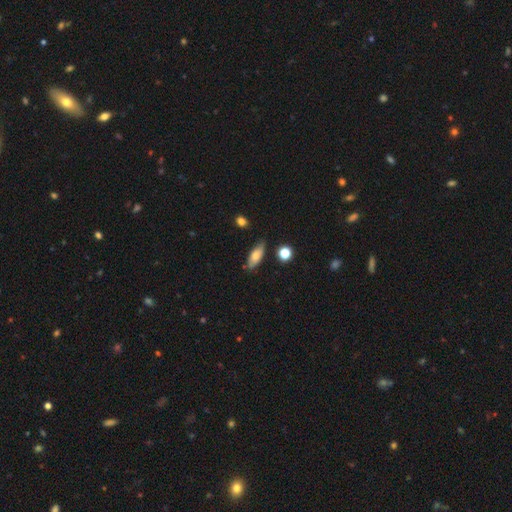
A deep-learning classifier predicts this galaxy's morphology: type=smooth (74%); roundness=in between (70%); merging=none (76%).